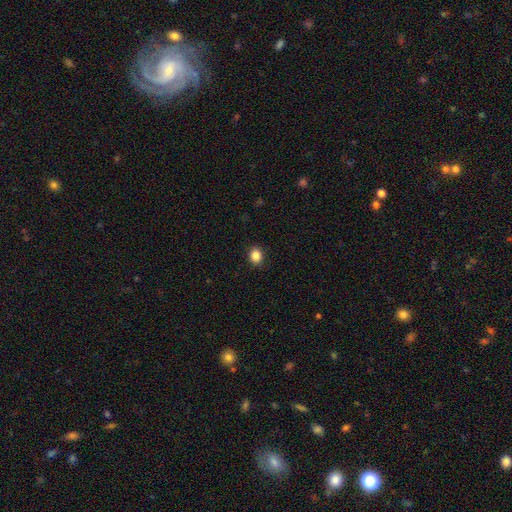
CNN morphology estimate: Q: Smooth or featured?
A: smooth (87%); runner-up: star or artifact (10%)
Q: How rounded?
A: round (59%); runner-up: in between (40%)
Q: Merging?
A: none (90%); runner-up: minor disturbance (7%)